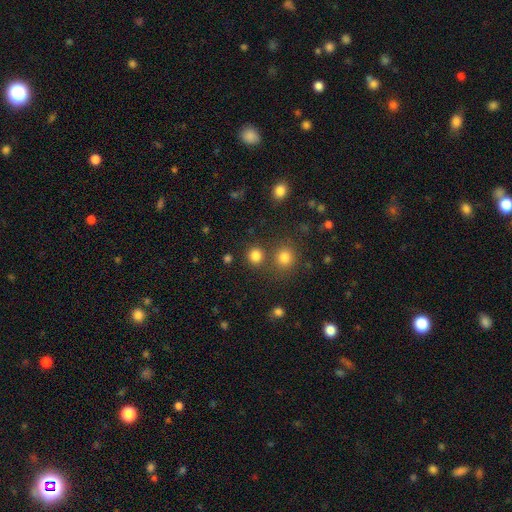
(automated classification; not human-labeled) smooth-or-featured: smooth: 82% | star or artifact: 14% | featured or disk: 4%
  how-rounded: round: 87% | in between: 12% | cigar-shaped: 1%
  merging: none: 76% | merger: 14% | minor disturbance: 7% | major disturbance: 3%